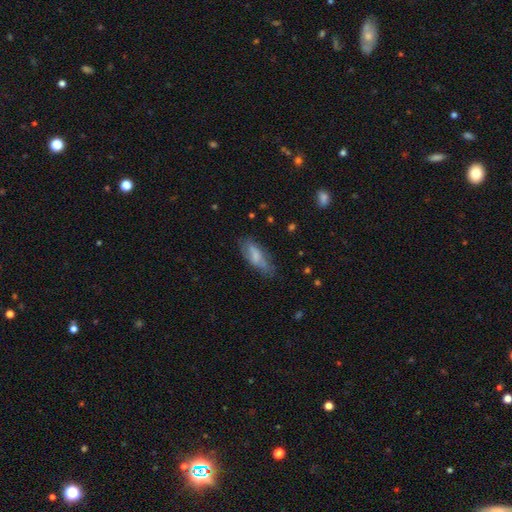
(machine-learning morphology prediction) type=smooth (62%); roundness=in between (71%); merging=none (59%).